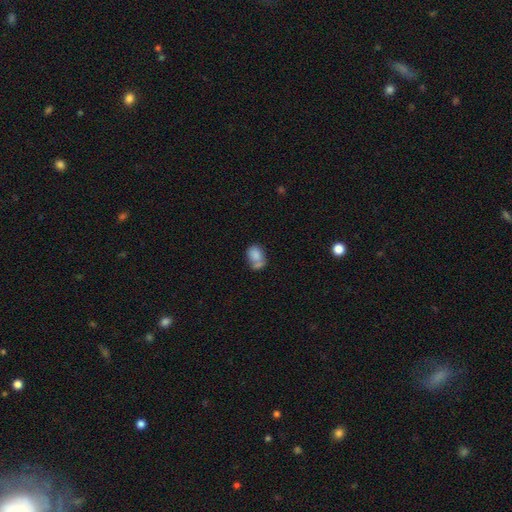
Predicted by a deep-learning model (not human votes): Smooth or featured? smooth (79%)
How rounded? in between (67%)
Merging? merger (40%)